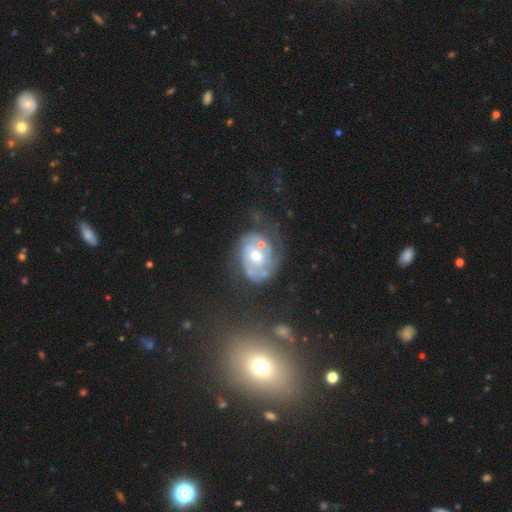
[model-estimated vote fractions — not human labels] Morphology: type=featured or disk (79%); edge-on=no (97%); bar=no (70%); spiral arms=yes (84%); winding=tight (54%); arm count=2 (47%); bulge=moderate (72%); merging=none (51%).